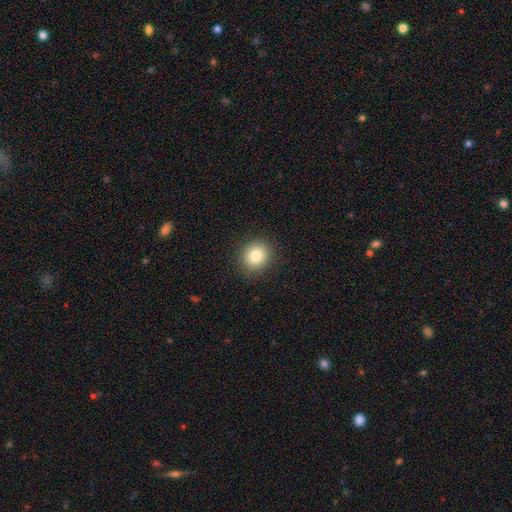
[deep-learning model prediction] A smooth galaxy with no disk features (82%) that is round (81%).

Vote fractions:
- Smooth or featured? smooth: 82% / star or artifact: 11% / featured or disk: 8%
- How rounded? round: 81% / in between: 18% / cigar-shaped: 1%
- Merging? none: 90% / minor disturbance: 7% / major disturbance: 2% / merger: 1%